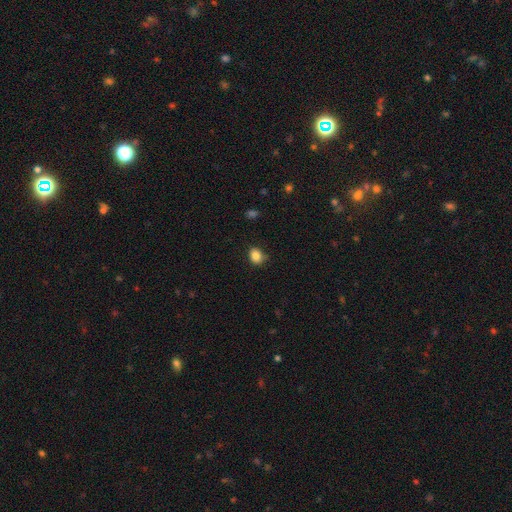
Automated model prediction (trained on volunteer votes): A smooth galaxy with no disk features (85%) that is in between round and cigar-shaped (50%, tied with round).

Vote fractions:
- Smooth or featured? smooth: 85% / star or artifact: 10% / featured or disk: 5%
- How rounded? in between: 50% (tied) / round: 50% (tied) / cigar-shaped: 1%
- Merging? none: 76% / minor disturbance: 19% / major disturbance: 3% / merger: 2%